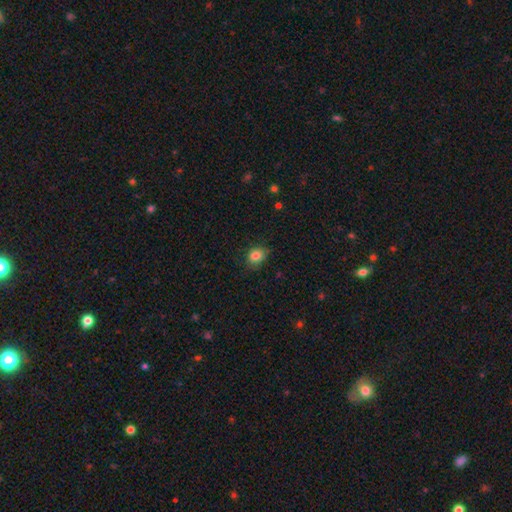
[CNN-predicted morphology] A smooth galaxy with no disk features (83%) that is round (55%). Merging: none (77%).